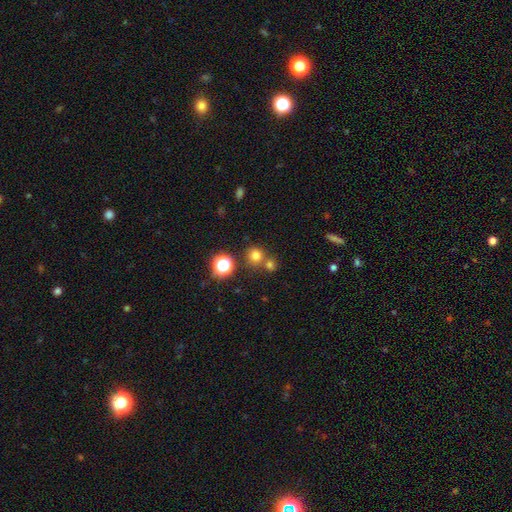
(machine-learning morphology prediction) This appears to be a smooth galaxy with no disk features (71%) that is round (89%). Merging: none (66%).